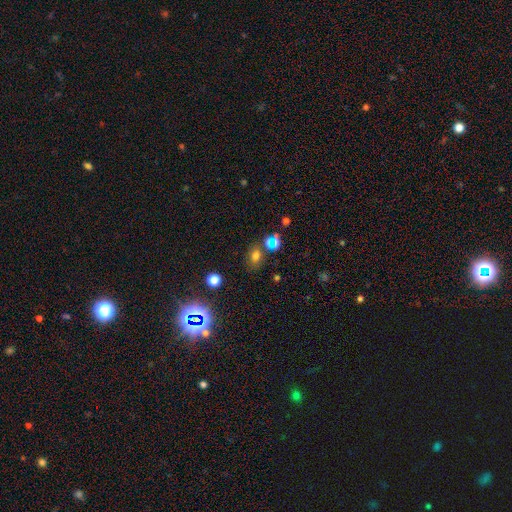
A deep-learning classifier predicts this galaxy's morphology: smooth-or-featured: smooth: 66% | star or artifact: 23% | featured or disk: 10%
  how-rounded: in between: 61% | round: 37% | cigar-shaped: 2%
  merging: none: 59% | merger: 21% | minor disturbance: 14% | major disturbance: 6%